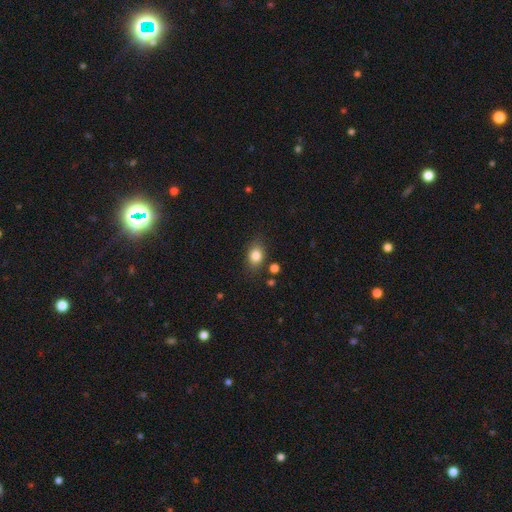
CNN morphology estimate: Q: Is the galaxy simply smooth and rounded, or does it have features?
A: smooth — 82%.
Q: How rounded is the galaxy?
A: in between — 67%.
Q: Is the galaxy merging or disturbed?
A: none — 80%.